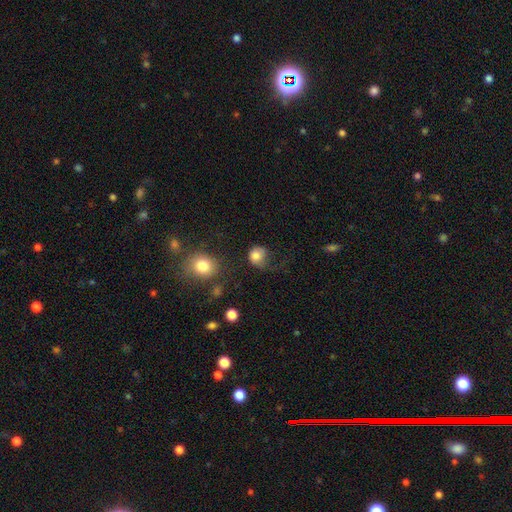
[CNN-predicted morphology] Q: Smooth or featured?
A: smooth (79%); runner-up: featured or disk (11%)
Q: How rounded?
A: round (75%); runner-up: in between (24%)
Q: Merging?
A: none (37%); runner-up: major disturbance (31%)